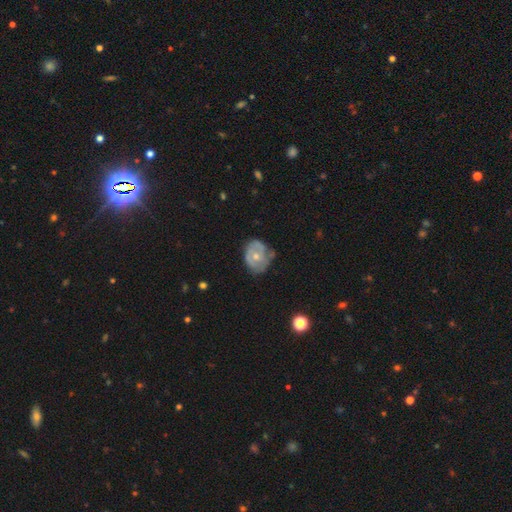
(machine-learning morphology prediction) type=featured or disk (59%); edge-on=no (97%); bar=no (78%); spiral arms=yes (60%); bulge=moderate (50%); merging=none (53%).